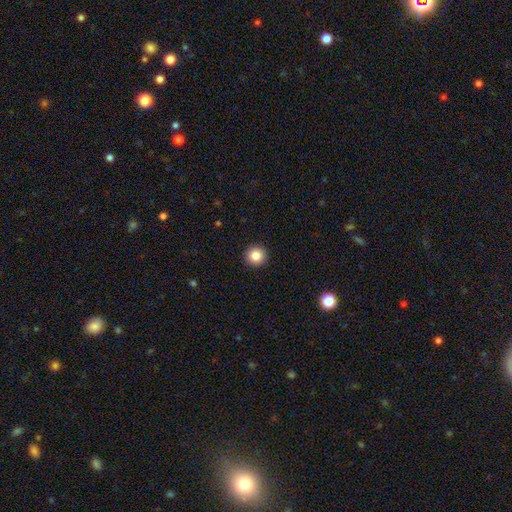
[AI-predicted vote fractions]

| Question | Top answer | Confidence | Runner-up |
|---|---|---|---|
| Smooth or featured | smooth | 84% | star or artifact (10%) |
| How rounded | round | 95% | in between (4%) |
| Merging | none | 93% | minor disturbance (4%) |